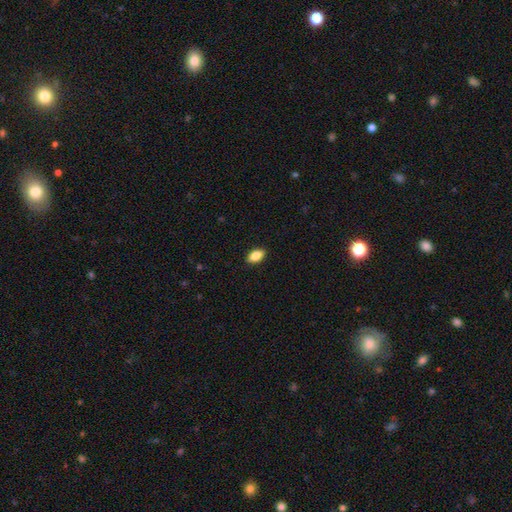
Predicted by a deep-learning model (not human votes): Smooth or featured? Predicted: smooth (p=0.82). How rounded? Predicted: in between (p=0.90). Merging? Predicted: none (p=0.89).